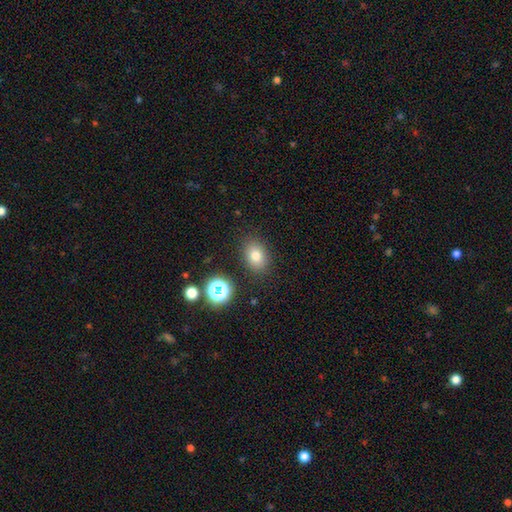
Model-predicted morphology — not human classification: Smooth or featured? smooth (76%)
How rounded? in between (63%)
Merging? none (85%)